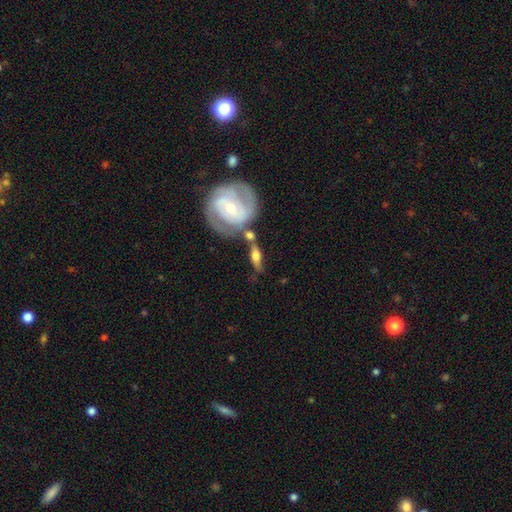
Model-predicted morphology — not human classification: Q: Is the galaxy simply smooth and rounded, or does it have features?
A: featured or disk — 62%.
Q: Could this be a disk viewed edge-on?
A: yes — 54%.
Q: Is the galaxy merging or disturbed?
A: none — 53%.